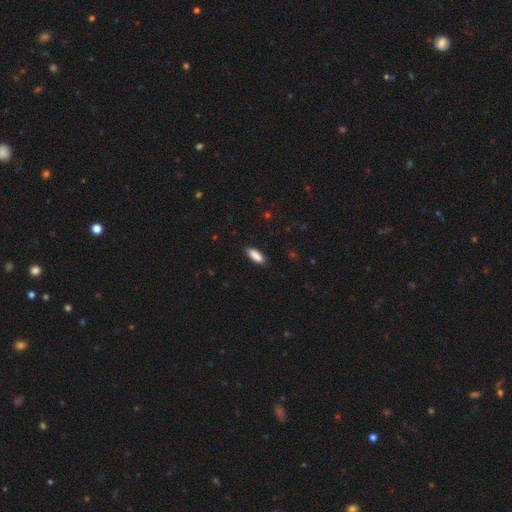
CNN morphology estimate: The model was most divided on "how rounded": in between: 66%, cigar-shaped: 32%, round: 2%. More confident: smooth or featured — smooth (89%); merging — none (87%).